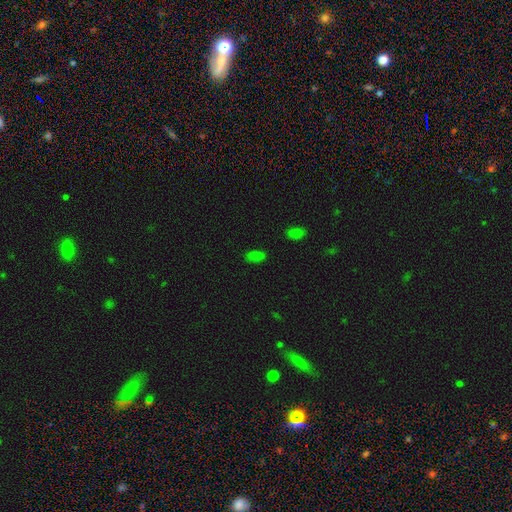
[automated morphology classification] Smooth or featured?
  - smooth: 74% *
  - star or artifact: 21%
  - featured or disk: 5%
How rounded?
  - in between: 92% *
  - round: 5%
  - cigar-shaped: 3%
Merging?
  - none: 78% *
  - minor disturbance: 15%
  - major disturbance: 4%
  - merger: 3%